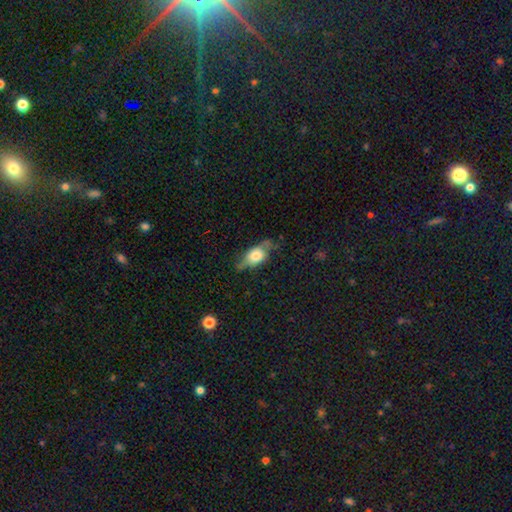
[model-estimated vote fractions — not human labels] Morphology: type=smooth (59%); roundness=in between (78%); merging=none (55%).